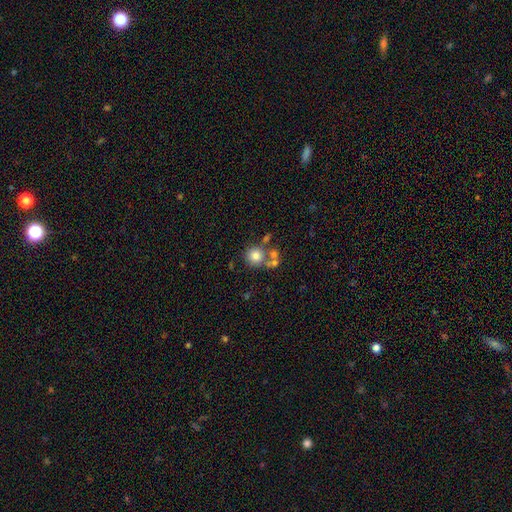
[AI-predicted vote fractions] This is likely a smooth galaxy (76%). How rounded: clearly round (89%). Merging: possibly none (55%).